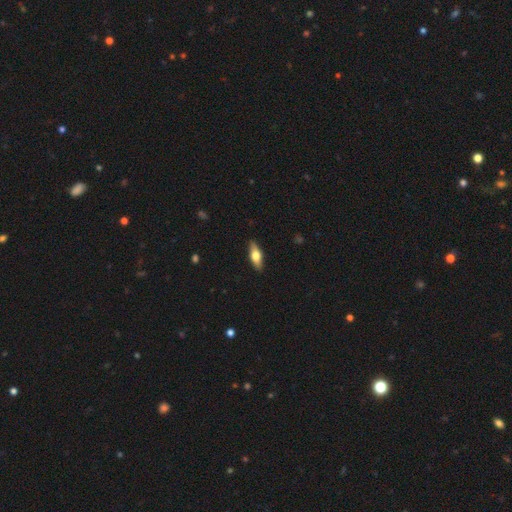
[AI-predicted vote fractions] Overall: smooth (54%; featured or disk 40%). How rounded: in between (59%; cigar-shaped 38%). Merging: none (89%).